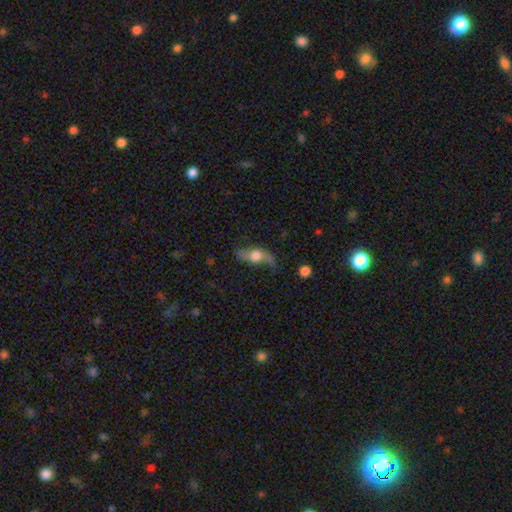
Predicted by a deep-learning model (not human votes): This appears to be a smooth galaxy with no disk features (47%). Merging: none (58%).